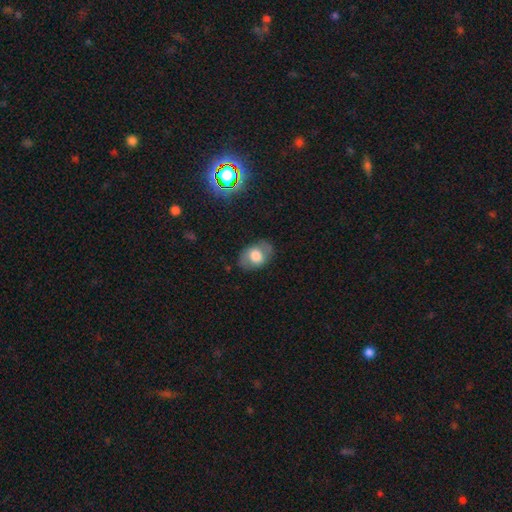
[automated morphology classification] Q: Smooth or featured?
A: smooth (65%); runner-up: featured or disk (27%)
Q: How rounded?
A: in between (76%); runner-up: round (22%)
Q: Merging?
A: none (76%); runner-up: minor disturbance (17%)